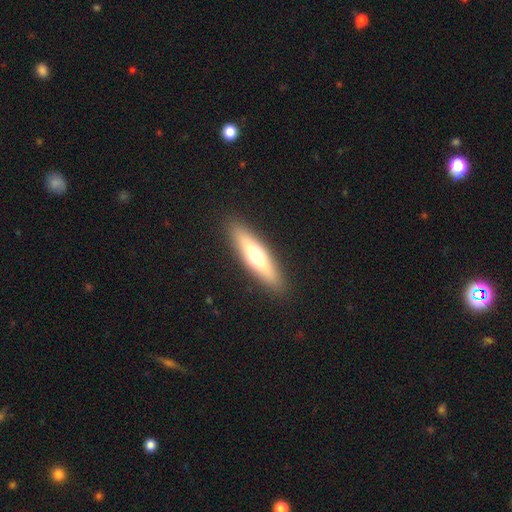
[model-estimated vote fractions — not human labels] A smooth galaxy with no disk features (53%) that is cigar-shaped (70%). Merging: none (90%).